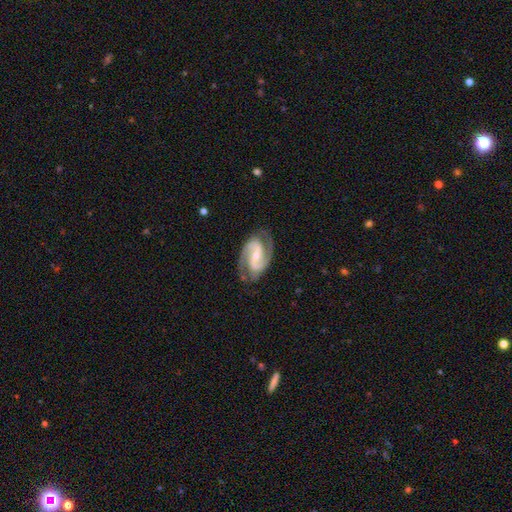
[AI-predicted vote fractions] smooth_or_featured: featured or disk (p=0.91) [alt: smooth p=0.05]
disk_edge_on: no (p=0.98) [alt: yes p=0.02]
bar: weak (p=0.41) [alt: strong p=0.36]
has_spiral_arms: yes (p=0.98) [alt: no p=0.02]
spiral_winding: medium (p=0.58) [alt: tight p=0.26]
spiral_arm_count: 2 (p=0.93) [alt: can't tell p=0.02]
bulge_size: small (p=0.58) [alt: moderate p=0.37]
merging: none (p=0.79) [alt: minor disturbance p=0.15]